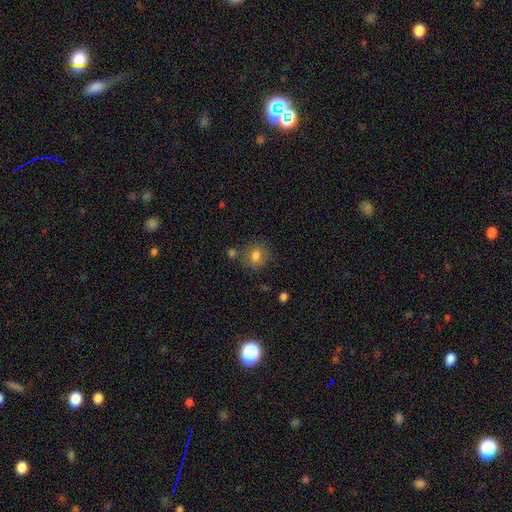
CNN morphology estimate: smooth_or_featured: smooth (p=0.77) [alt: featured or disk p=0.12]
how_rounded: round (p=0.58) [alt: in between p=0.41]
merging: none (p=0.75) [alt: minor disturbance p=0.13]